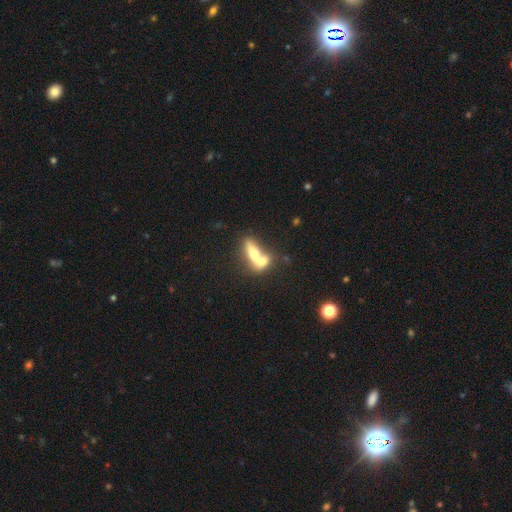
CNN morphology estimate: Smooth or featured? smooth (58%)
How rounded? in between (62%)
Merging? merger (67%)